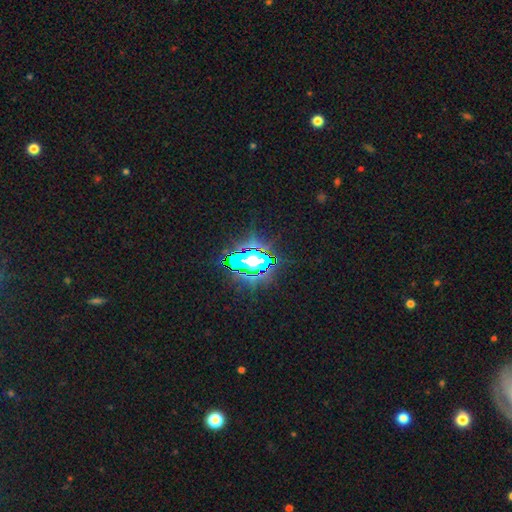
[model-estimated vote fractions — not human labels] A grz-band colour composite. It shows a star or artifact, not a galaxy (83%).